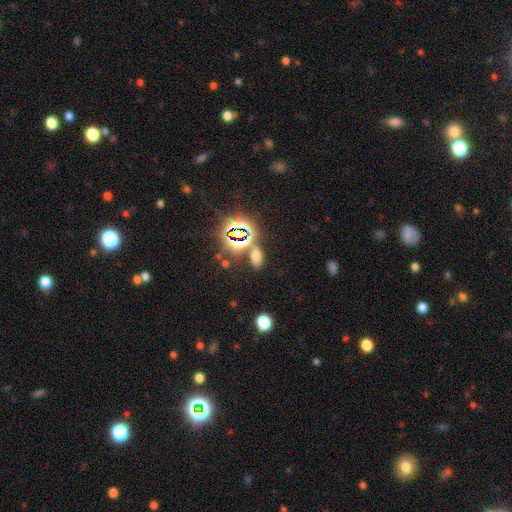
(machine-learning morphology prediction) A smooth galaxy with no disk features (56%) that is in between round and cigar-shaped (84%).

Vote fractions:
- Smooth or featured? smooth: 56% / star or artifact: 36% / featured or disk: 8%
- How rounded? in between: 84% / round: 10% / cigar-shaped: 6%
- Merging? none: 72% / merger: 12% / minor disturbance: 11% / major disturbance: 5%